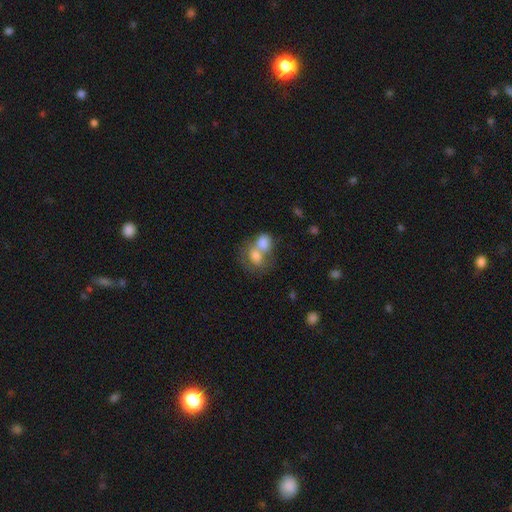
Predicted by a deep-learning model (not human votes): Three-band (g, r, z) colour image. It shows a smooth galaxy with no disk features (73%) that is in between round and cigar-shaped (58%). Merging: merger (72%).